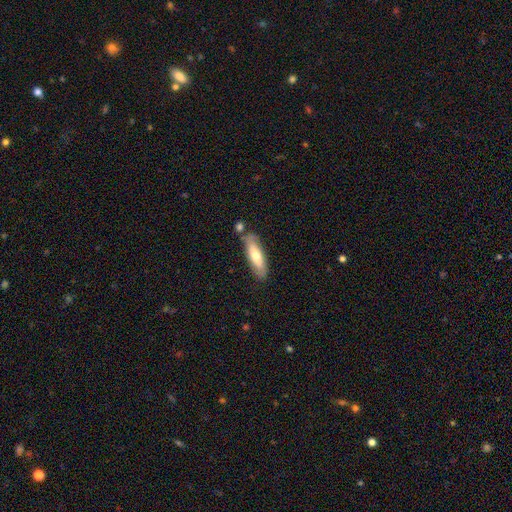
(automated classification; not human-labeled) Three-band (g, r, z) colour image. It shows a smooth galaxy with no disk features (59%) that is cigar-shaped (53%). Merging: none (73%).